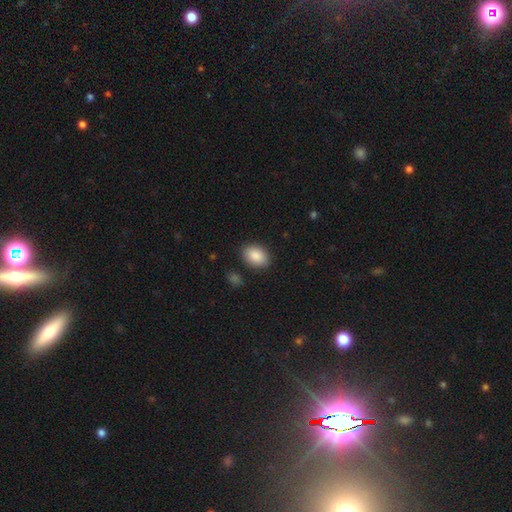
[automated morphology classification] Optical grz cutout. It shows a smooth galaxy with no disk features (89%) that is in between round and cigar-shaped (81%). Merging: none (86%).